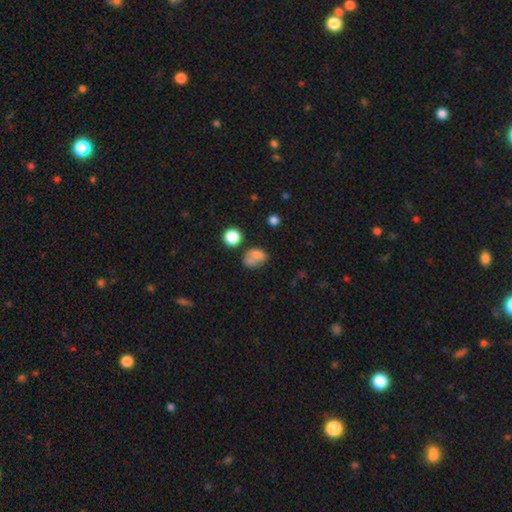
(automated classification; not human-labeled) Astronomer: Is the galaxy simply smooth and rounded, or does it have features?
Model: smooth — 71%.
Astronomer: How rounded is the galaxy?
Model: in between — 64%.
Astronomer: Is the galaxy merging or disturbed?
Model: none — 34% (runner-up: merger, 29%).